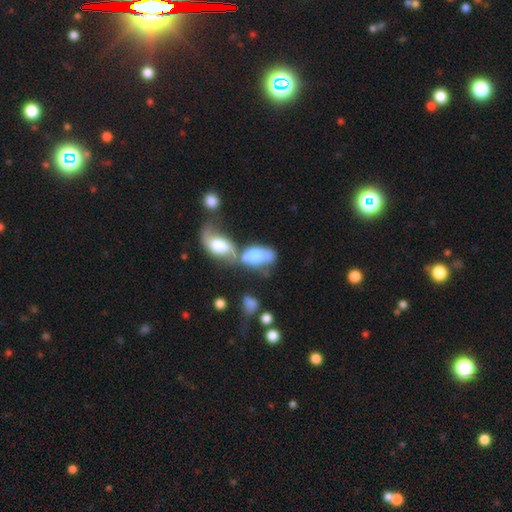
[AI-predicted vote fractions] A smooth galaxy with no disk features (56%) that is in between round and cigar-shaped (89%).

Vote fractions:
- Smooth or featured? smooth: 56% / featured or disk: 35% / star or artifact: 9%
- How rounded? in between: 89% / round: 8% / cigar-shaped: 3%
- Merging? merger: 63% / none: 16% / major disturbance: 11% / minor disturbance: 10%